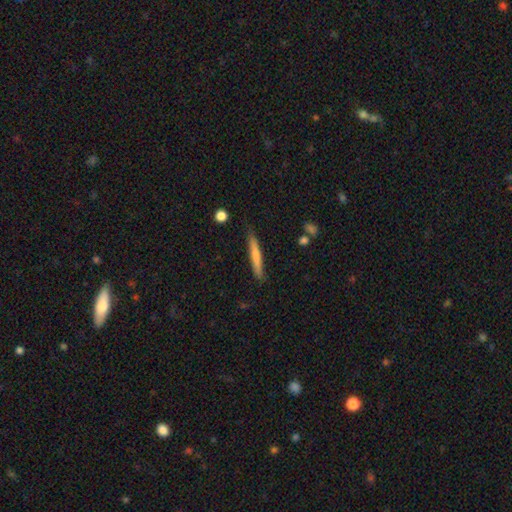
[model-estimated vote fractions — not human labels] A smooth galaxy with no disk features (68%) that is cigar-shaped (95%).

Vote fractions:
- Smooth or featured? smooth: 68% / featured or disk: 26% / star or artifact: 6%
- How rounded? cigar-shaped: 95% / in between: 4% / round: 1%
- Merging? none: 83% / minor disturbance: 13% / major disturbance: 2% / merger: 2%